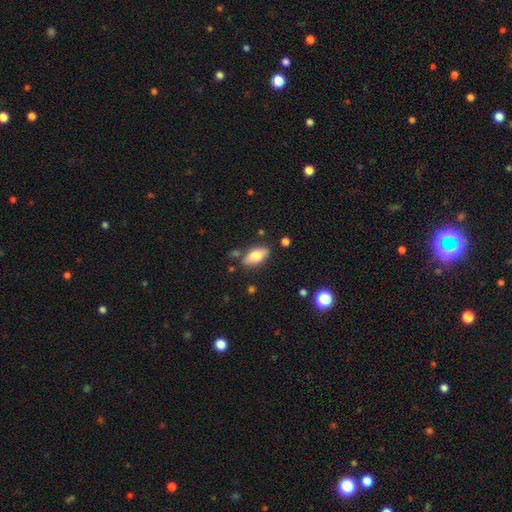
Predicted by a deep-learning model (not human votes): This appears to be a smooth galaxy with no disk features (74%) that is in between round and cigar-shaped (86%). Merging: none (80%).